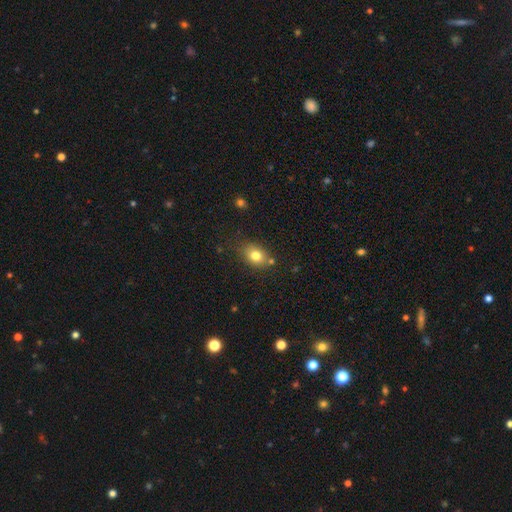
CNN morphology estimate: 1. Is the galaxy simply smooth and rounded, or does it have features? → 78% smooth, 11% featured or disk, 11% star or artifact.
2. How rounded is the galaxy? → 67% in between, 31% round, 1% cigar-shaped.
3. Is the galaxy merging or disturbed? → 74% none, 16% minor disturbance, 7% merger, 4% major disturbance.